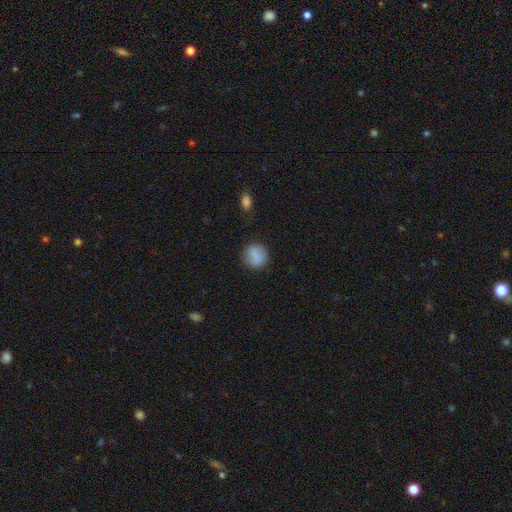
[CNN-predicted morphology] The model was most divided on "merging": none: 81%, minor disturbance: 13%, major disturbance: 4%, merger: 2%. More confident: how rounded — round (84%); smooth or featured — smooth (82%).